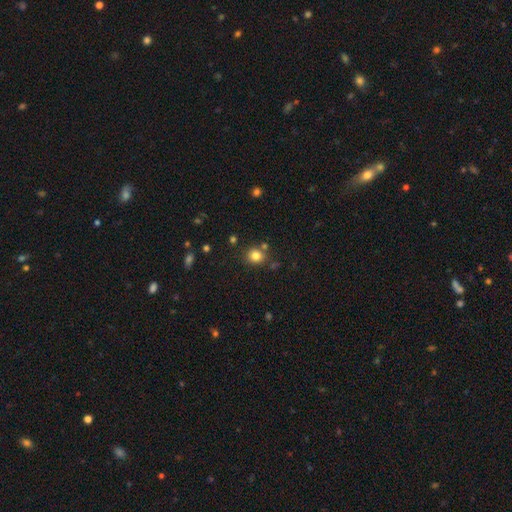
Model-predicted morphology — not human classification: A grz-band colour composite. It shows a smooth galaxy with no disk features (81%) that is round (82%). Merging: none (78%).